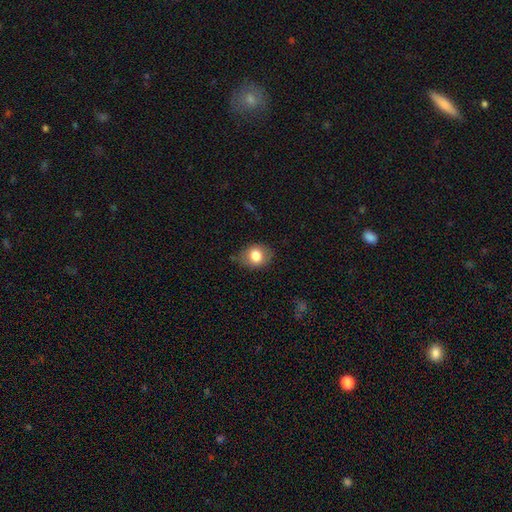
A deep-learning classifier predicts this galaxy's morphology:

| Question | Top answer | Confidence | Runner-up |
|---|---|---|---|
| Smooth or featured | smooth | 80% | featured or disk (12%) |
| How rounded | round | 52% | in between (47%) |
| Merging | none | 76% | minor disturbance (18%) |